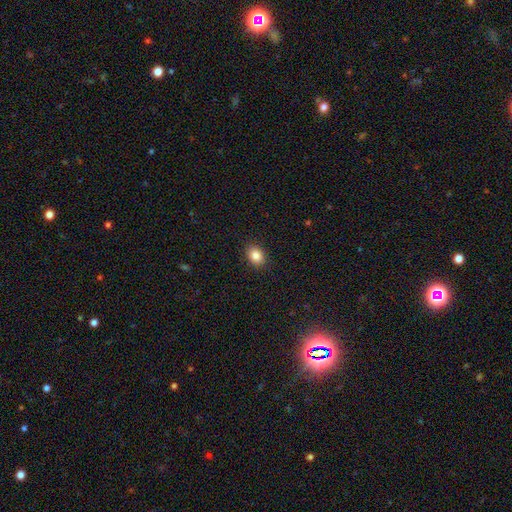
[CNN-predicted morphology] smooth 85%, star or artifact 9%, featured or disk 6%. Down the decision tree: how rounded — in between (64%); merging — none (90%).